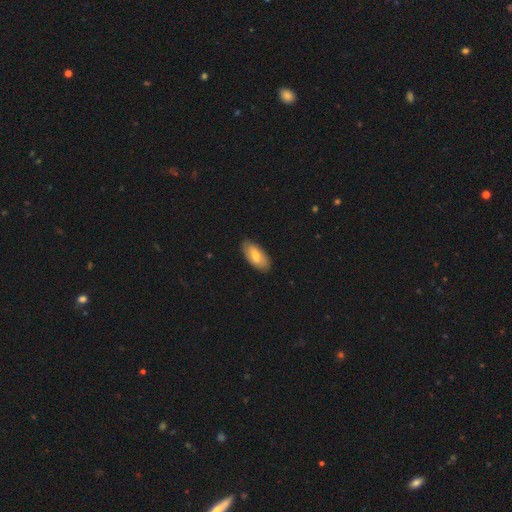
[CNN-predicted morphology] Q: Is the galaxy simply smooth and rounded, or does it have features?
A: smooth — 74%.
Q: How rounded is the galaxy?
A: in between — 90%.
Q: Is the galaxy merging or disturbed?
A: none — 87%.